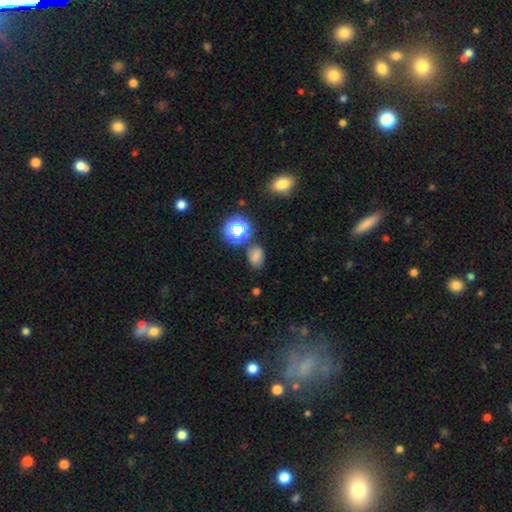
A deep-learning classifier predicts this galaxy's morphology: Smooth or featured?
  - smooth: 68% *
  - star or artifact: 24%
  - featured or disk: 8%
How rounded?
  - in between: 77% *
  - round: 22%
  - cigar-shaped: 1%
Merging?
  - none: 73% *
  - minor disturbance: 16%
  - merger: 7%
  - major disturbance: 5%